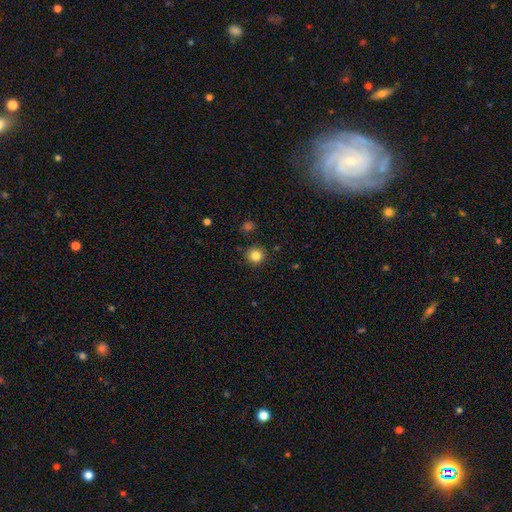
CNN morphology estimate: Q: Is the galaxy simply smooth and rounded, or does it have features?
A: smooth — 84%.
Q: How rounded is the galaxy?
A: round — 94%.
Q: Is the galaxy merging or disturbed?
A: none — 89%.